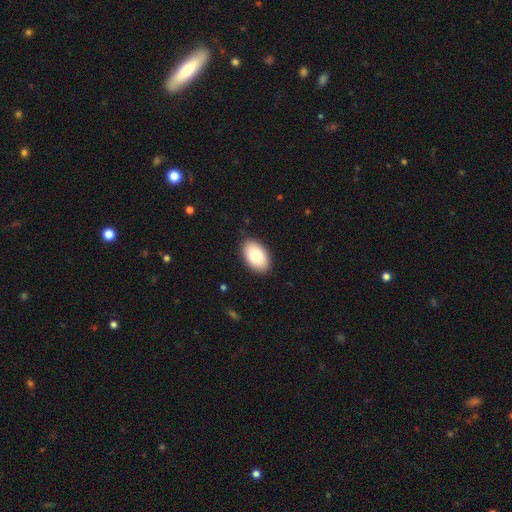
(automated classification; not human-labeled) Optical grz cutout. It shows a smooth galaxy with no disk features (79%) that is in between round and cigar-shaped (92%). Merging: none (88%).